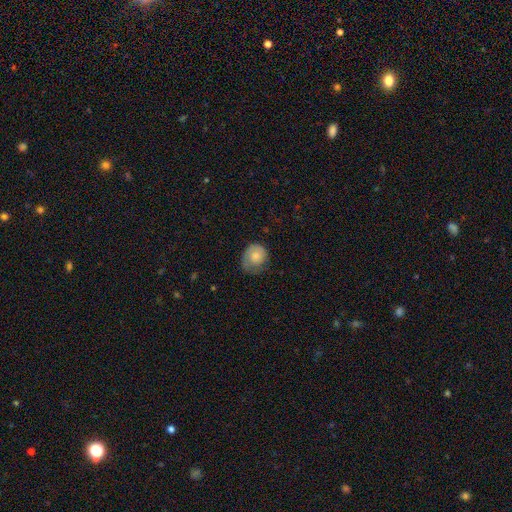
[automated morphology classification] Q: Smooth or featured?
A: smooth (65%); runner-up: featured or disk (28%)
Q: How rounded?
A: round (69%); runner-up: in between (30%)
Q: Merging?
A: none (46%); runner-up: minor disturbance (32%)